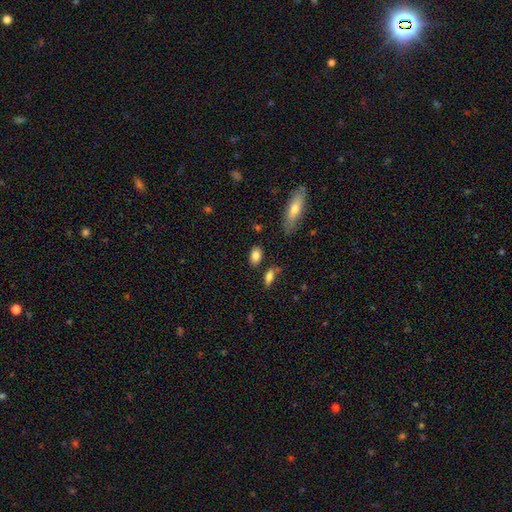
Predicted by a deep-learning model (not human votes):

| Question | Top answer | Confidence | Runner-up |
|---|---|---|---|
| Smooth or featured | smooth | 83% | featured or disk (9%) |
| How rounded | in between | 85% | round (11%) |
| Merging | none | 79% | minor disturbance (12%) |